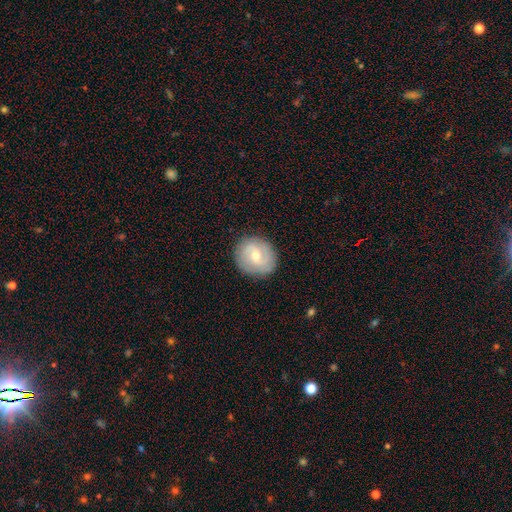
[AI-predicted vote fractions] A featured or disk galaxy (53%) with a weak bar (51%), spiral arms (77%) and a moderate central bulge (56%).

Vote fractions:
- Smooth or featured? featured or disk: 53% / smooth: 40% / star or artifact: 7%
- Edge-on disk? no: 97% / yes: 3%
- Bar? weak: 51% / no: 37% / strong: 11%
- Spiral arms? yes: 77% / no: 23%
- Bulge size? moderate: 56% / small: 40% / large: 2% / none: 1% / dominant: 1%
- Merging? none: 87% / minor disturbance: 10% / major disturbance: 3% / merger: 1%